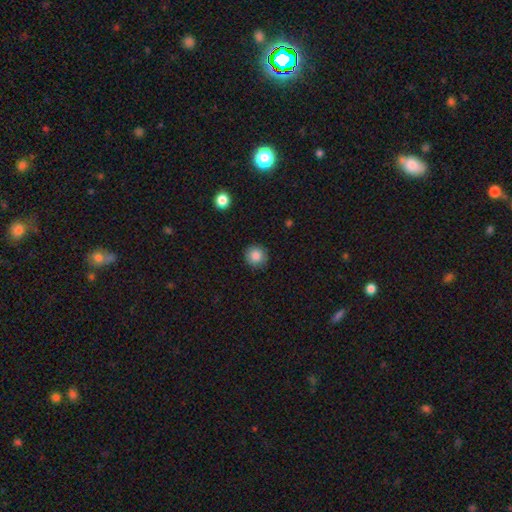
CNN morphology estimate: Smooth or featured? Predicted: smooth (p=0.86). How rounded? Predicted: round (p=0.93). Merging? Predicted: none (p=0.88).